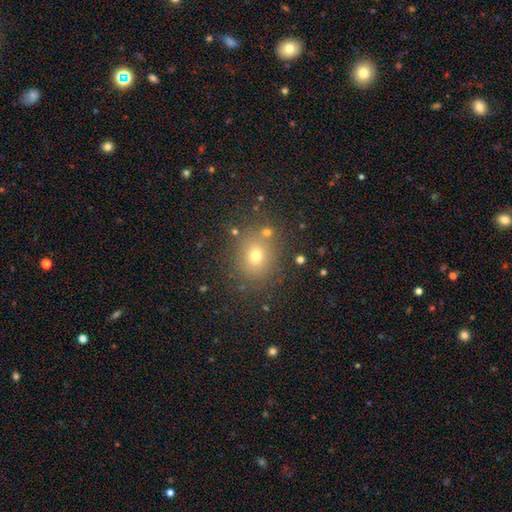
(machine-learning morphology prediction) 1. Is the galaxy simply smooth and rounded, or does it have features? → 69% smooth, 20% star or artifact, 12% featured or disk.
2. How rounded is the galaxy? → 68% round, 31% in between, 1% cigar-shaped.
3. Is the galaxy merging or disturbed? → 80% none, 10% minor disturbance, 6% merger, 4% major disturbance.